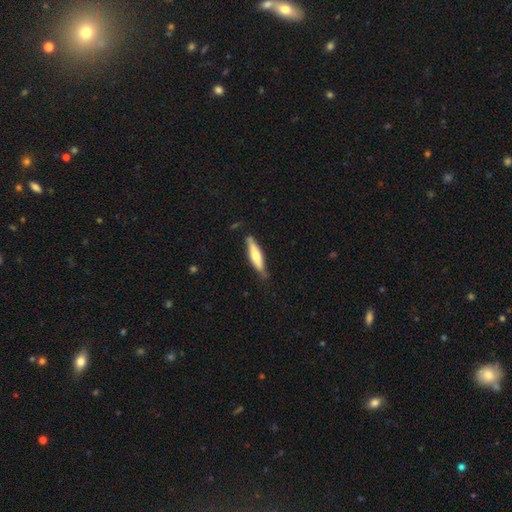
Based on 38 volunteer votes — This is possibly a smooth galaxy (50%). How rounded: likely cigar-shaped (79%). Merging: clearly none (85%).